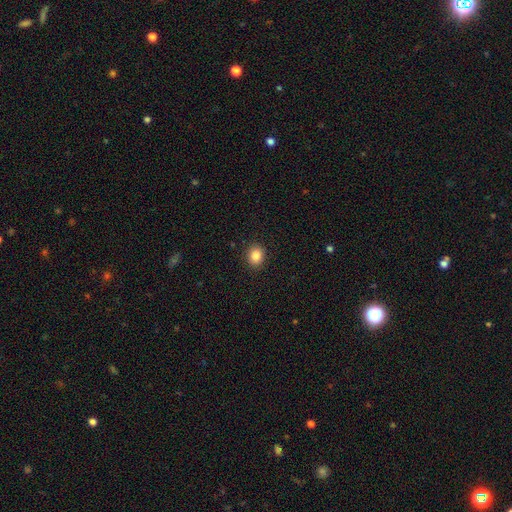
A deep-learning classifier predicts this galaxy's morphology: A smooth galaxy with no disk features (86%) that is round (58%). Merging: none (90%).